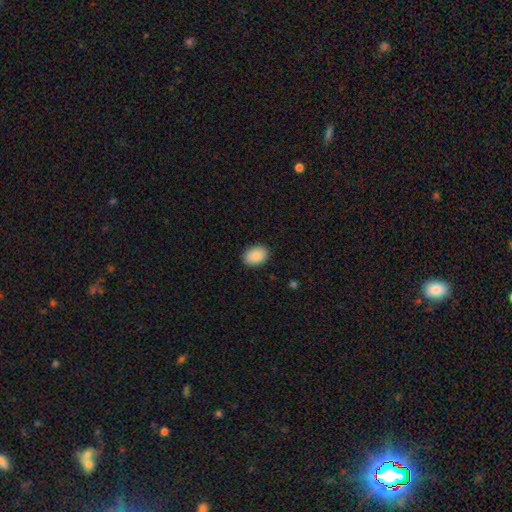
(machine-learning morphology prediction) A smooth galaxy with no disk features (89%) that is in between round and cigar-shaped (81%). Merging: none (89%).